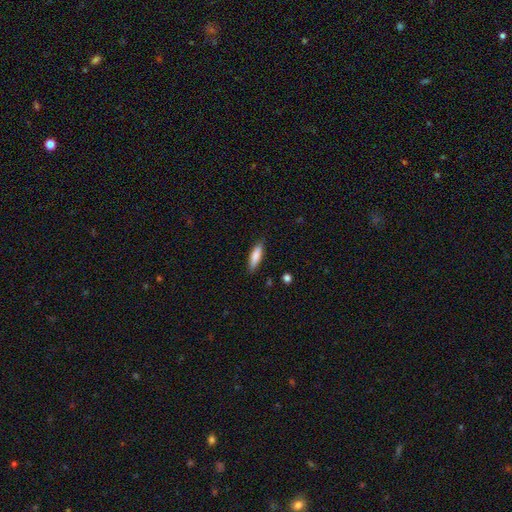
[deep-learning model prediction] The model was most divided on "how rounded": cigar-shaped: 61%, in between: 37%, round: 2%. More confident: merging — none (86%); smooth or featured — smooth (81%).